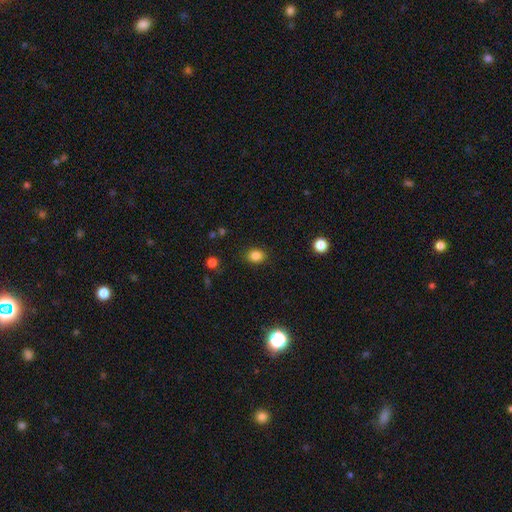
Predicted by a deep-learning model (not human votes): Q: Smooth or featured?
A: smooth (84%); runner-up: star or artifact (12%)
Q: How rounded?
A: round (50%); runner-up: in between (49%)
Q: Merging?
A: none (87%); runner-up: minor disturbance (9%)